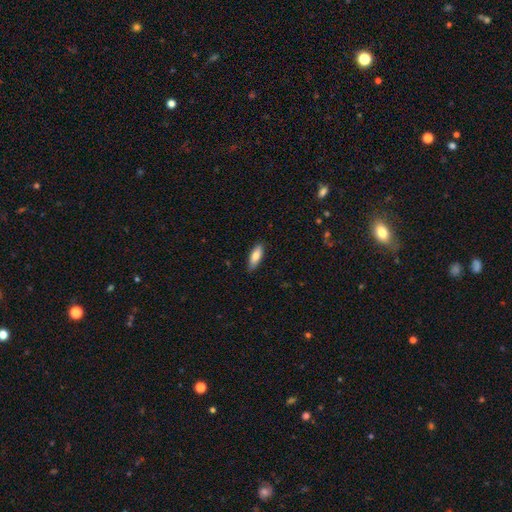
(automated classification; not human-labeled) Smooth or featured? Predicted: smooth (p=0.79). How rounded? Predicted: in between (p=0.66). Merging? Predicted: none (p=0.84).